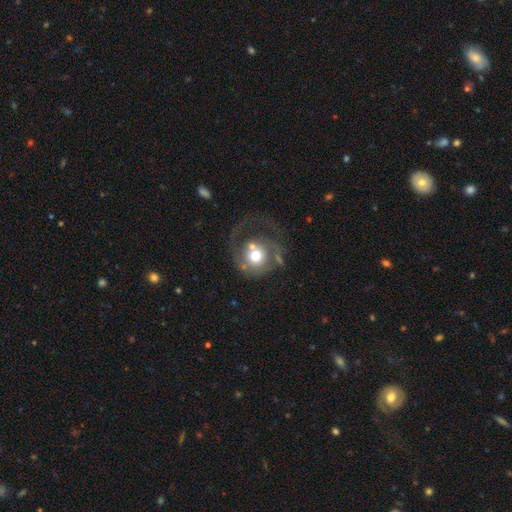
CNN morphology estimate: Smooth or featured?
  - featured or disk: 56% *
  - smooth: 36%
  - star or artifact: 8%
Edge-on disk?
  - no: 97% *
  - yes: 3%
Bar?
  - no: 82% *
  - weak: 14%
  - strong: 4%
Spiral arms?
  - yes: 68% *
  - no: 32%
Bulge size?
  - moderate: 61% *
  - large: 27%
  - small: 7%
  - dominant: 4%
  - none: 1%
Merging?
  - major disturbance: 37% *
  - none: 36%
  - minor disturbance: 15%
  - merger: 12%